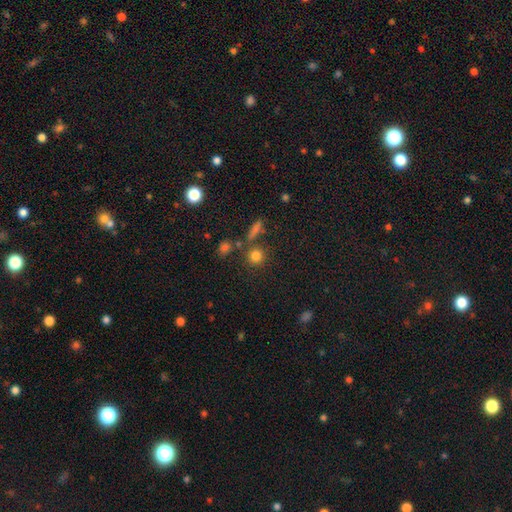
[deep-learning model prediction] This is likely a smooth galaxy (79%). How rounded: clearly round (90%). Merging: likely none (76%).